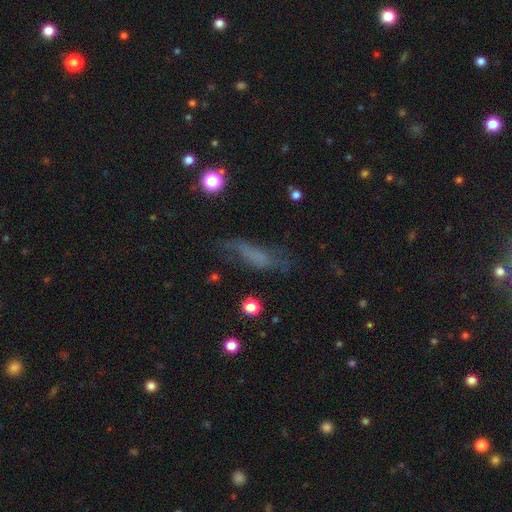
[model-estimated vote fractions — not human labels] A smooth galaxy with no disk features (50%).

Vote fractions:
- Smooth or featured? smooth: 50% / featured or disk: 33% / star or artifact: 17%
- Merging? none: 51% / minor disturbance: 26% / major disturbance: 20% / merger: 3%